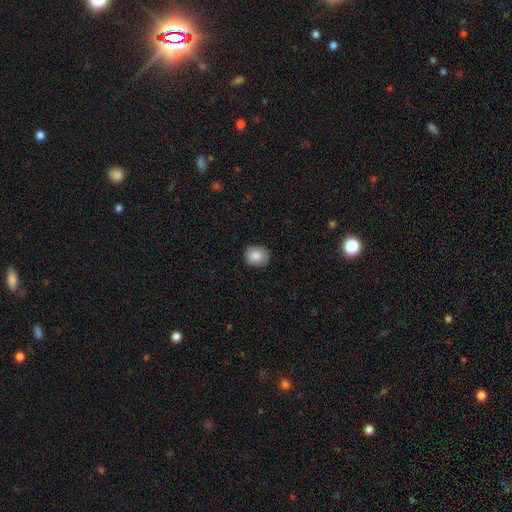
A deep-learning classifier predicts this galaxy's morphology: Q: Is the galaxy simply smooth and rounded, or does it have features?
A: smooth — 84%.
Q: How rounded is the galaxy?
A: round — 70%.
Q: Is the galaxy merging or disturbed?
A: none — 85%.